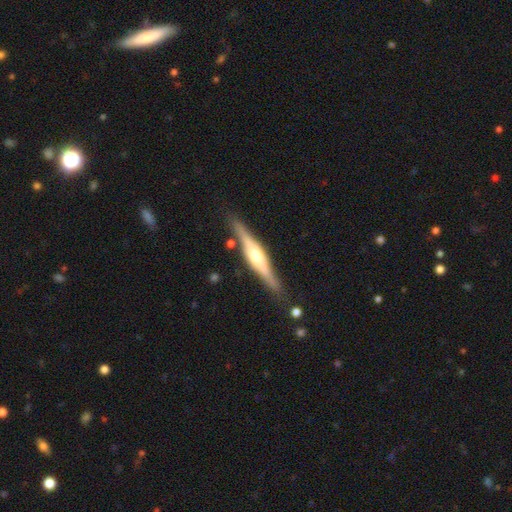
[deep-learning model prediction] Q: Smooth or featured?
A: featured or disk (76%); runner-up: smooth (19%)
Q: Edge-on disk?
A: yes (97%); runner-up: no (3%)
Q: Edge-on bulge?
A: rounded (79%); runner-up: boxy (17%)
Q: Merging?
A: none (84%); runner-up: minor disturbance (11%)